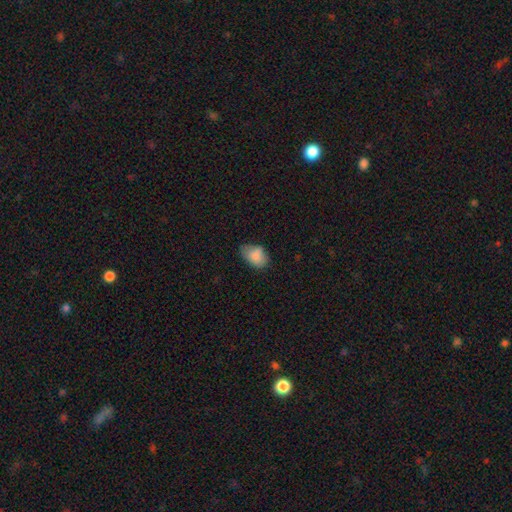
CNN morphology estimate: Smooth or featured?
  - smooth: 84% *
  - star or artifact: 8%
  - featured or disk: 8%
How rounded?
  - in between: 84% *
  - round: 15%
  - cigar-shaped: 1%
Merging?
  - none: 57% *
  - minor disturbance: 33%
  - major disturbance: 8%
  - merger: 2%